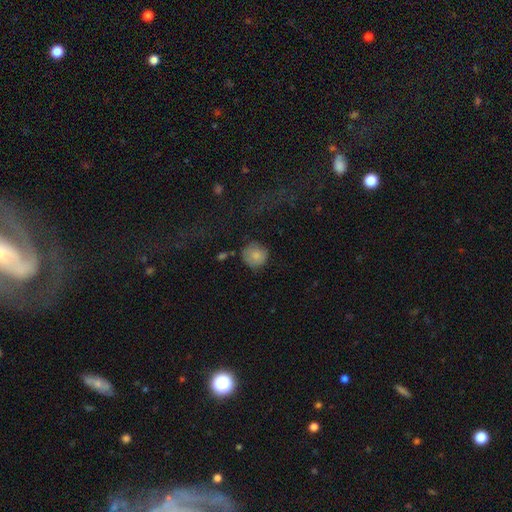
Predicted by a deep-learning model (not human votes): Overall: smooth (83%). How rounded: round (91%). Merging: none (73%).